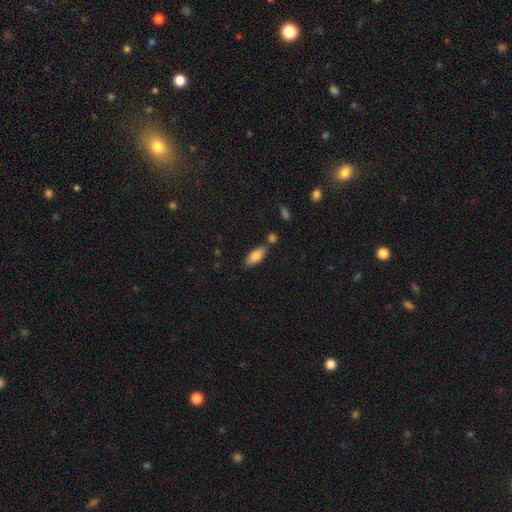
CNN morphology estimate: smooth_or_featured: smooth (p=0.82) [alt: featured or disk p=0.12]
how_rounded: in between (p=0.78) [alt: cigar-shaped p=0.20]
merging: none (p=0.73) [alt: minor disturbance p=0.14]